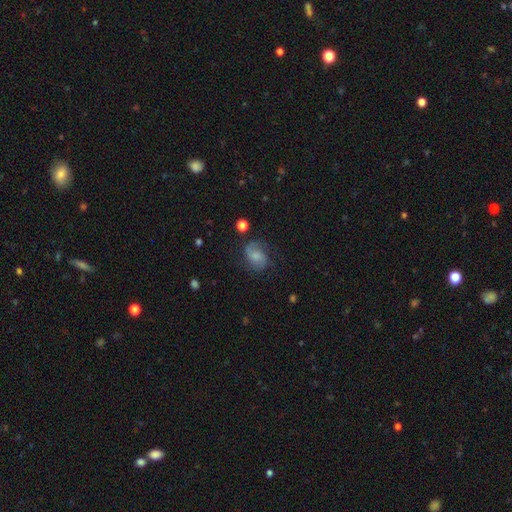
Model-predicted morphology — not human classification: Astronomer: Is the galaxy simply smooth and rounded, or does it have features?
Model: featured or disk — 50% (runner-up: smooth, 39%).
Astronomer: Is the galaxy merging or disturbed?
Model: none — 58%.